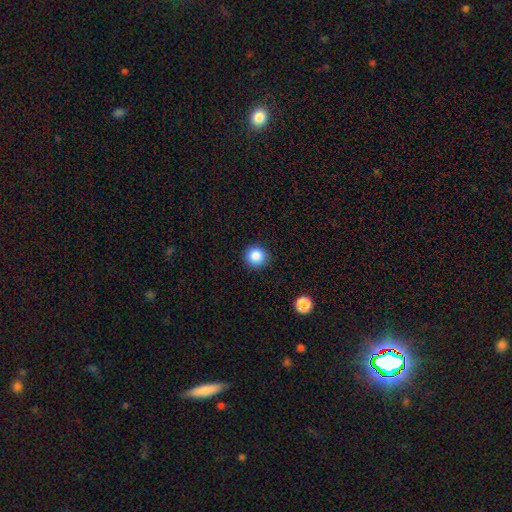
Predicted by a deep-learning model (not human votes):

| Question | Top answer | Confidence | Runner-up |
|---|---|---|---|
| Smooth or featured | smooth | 86% | star or artifact (10%) |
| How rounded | round | 94% | in between (5%) |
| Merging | none | 90% | minor disturbance (7%) |